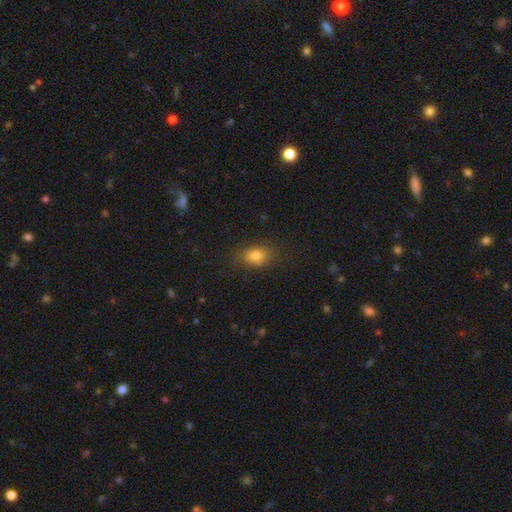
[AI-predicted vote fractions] Morphology: type=smooth (80%); roundness=in between (72%); merging=none (79%).